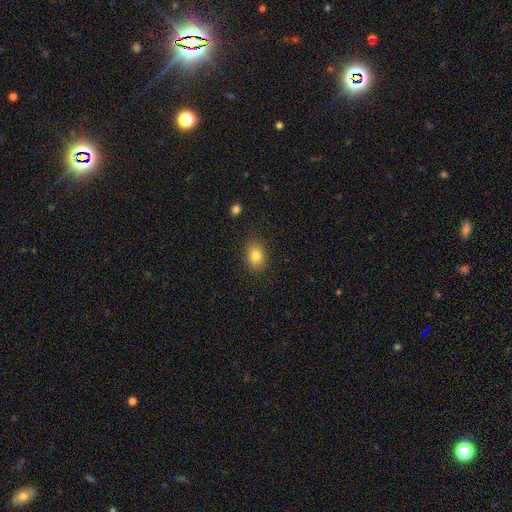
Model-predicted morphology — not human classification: Smooth or featured: smooth — 83% (star or artifact — 10%)
How rounded: in between — 64% (round — 35%)
Merging: none — 84% (minor disturbance — 12%)